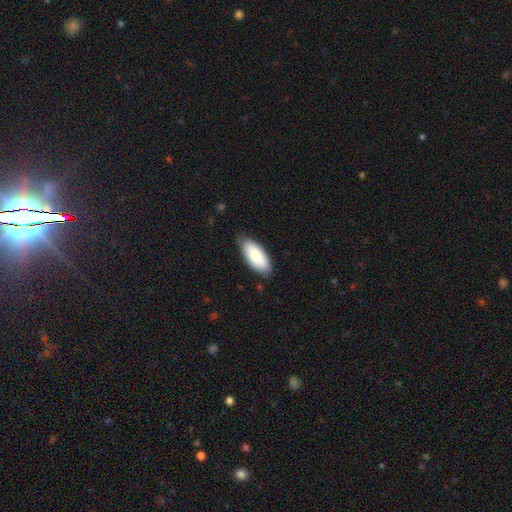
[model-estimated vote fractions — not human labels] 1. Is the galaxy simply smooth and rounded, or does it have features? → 84% smooth, 10% featured or disk, 5% star or artifact.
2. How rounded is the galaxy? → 87% in between, 12% cigar-shaped, 2% round.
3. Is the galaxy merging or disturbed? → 80% none, 16% minor disturbance, 2% major disturbance, 1% merger.